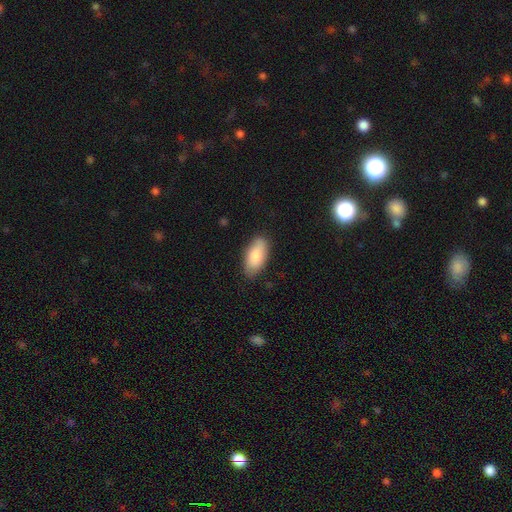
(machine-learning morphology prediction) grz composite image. It shows a smooth galaxy with no disk features (84%) that is in between round and cigar-shaped (91%). Merging: none (81%).